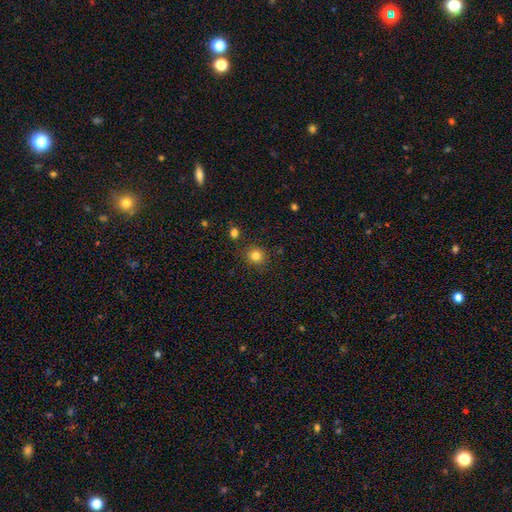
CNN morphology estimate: smooth_or_featured: smooth (p=0.81) [alt: star or artifact p=0.14]
how_rounded: round (p=0.90) [alt: in between p=0.09]
merging: none (p=0.88) [alt: minor disturbance p=0.07]